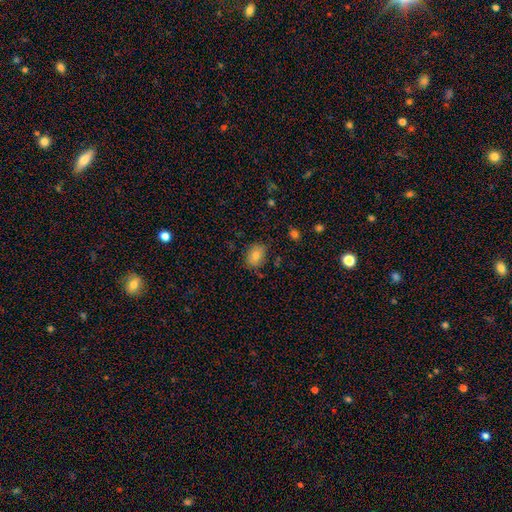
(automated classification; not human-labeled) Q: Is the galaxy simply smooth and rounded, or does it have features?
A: smooth — 81%.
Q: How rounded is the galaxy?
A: in between — 66%.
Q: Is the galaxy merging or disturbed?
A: none — 81%.